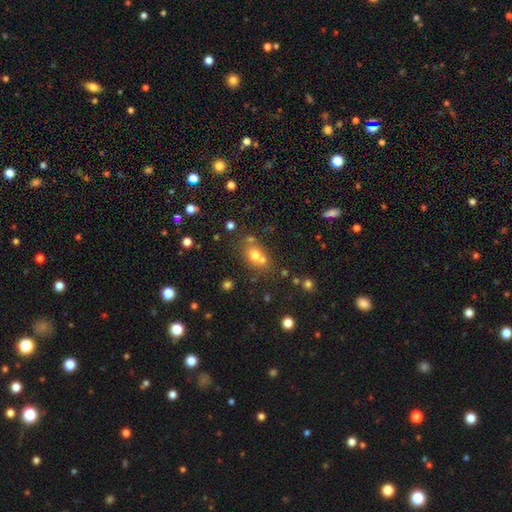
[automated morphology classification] This appears to be a smooth galaxy with no disk features (65%) that is round (52%). Merging: none (47%).